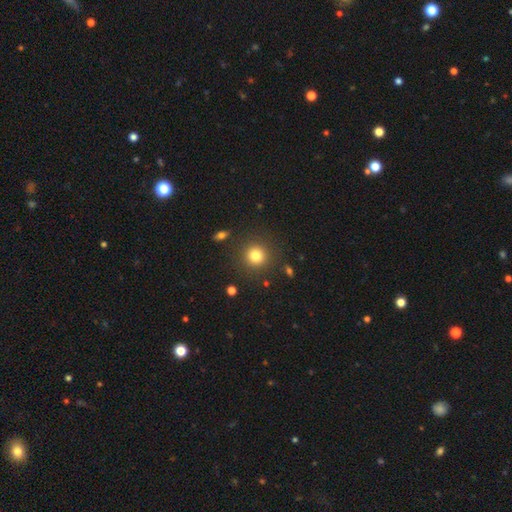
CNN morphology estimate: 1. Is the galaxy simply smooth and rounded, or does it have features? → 80% smooth, 13% star or artifact, 7% featured or disk.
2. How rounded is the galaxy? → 93% round, 6% in between, 1% cigar-shaped.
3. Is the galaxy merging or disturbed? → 89% none, 6% minor disturbance, 3% major disturbance, 2% merger.